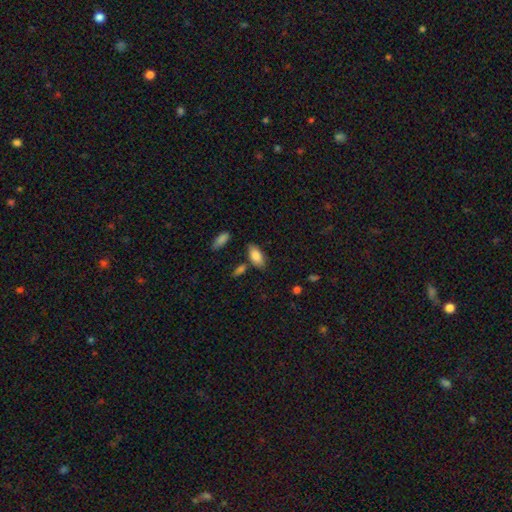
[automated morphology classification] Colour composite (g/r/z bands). It shows a smooth galaxy with no disk features (85%) that is in between round and cigar-shaped (90%). Merging: none (73%).